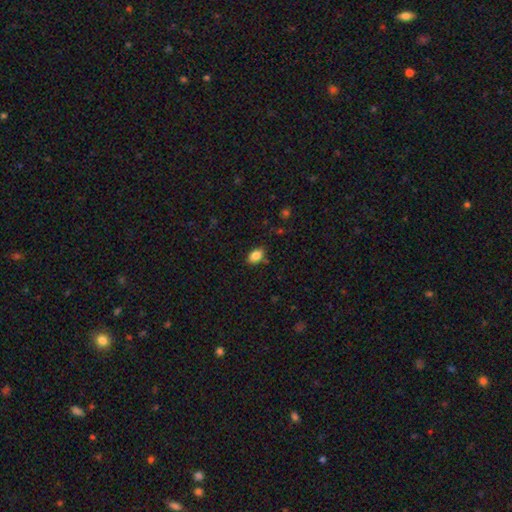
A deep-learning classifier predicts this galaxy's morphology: This is clearly a smooth galaxy (85%). How rounded: clearly in between (87%). Merging: clearly none (82%).